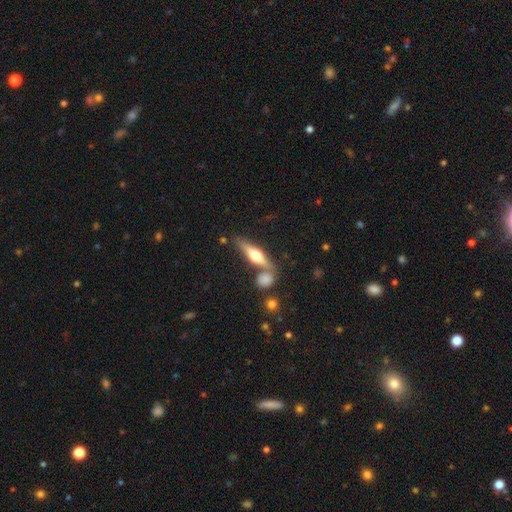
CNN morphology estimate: Smooth or featured? featured or disk (59%)
Edge-on disk? yes (93%)
Edge-on bulge? rounded (93%)
Merging? none (67%)